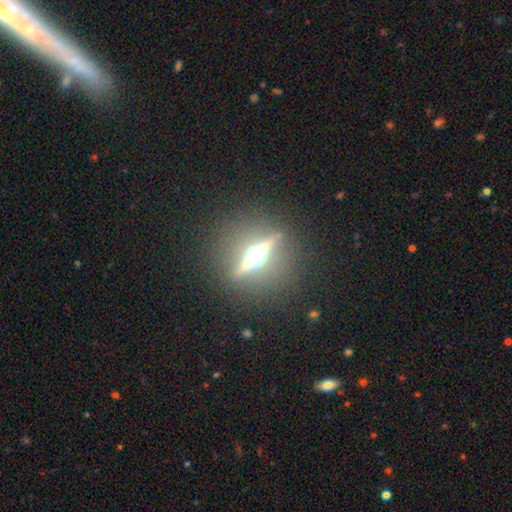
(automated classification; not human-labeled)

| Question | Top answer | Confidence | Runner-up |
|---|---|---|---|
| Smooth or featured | featured or disk | 75% | star or artifact (14%) |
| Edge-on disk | yes | 90% | no (10%) |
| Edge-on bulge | rounded | 95% | boxy (4%) |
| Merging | none | 86% | minor disturbance (7%) |